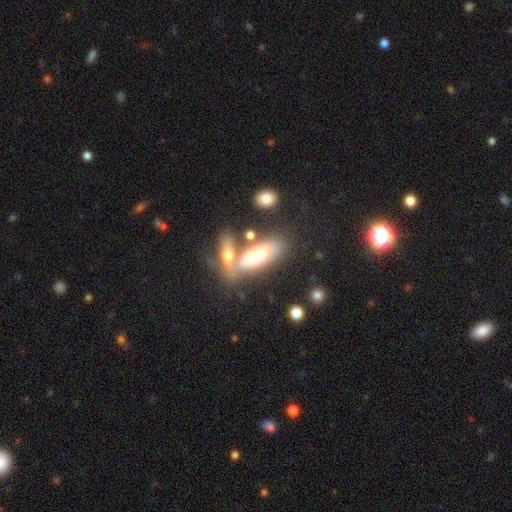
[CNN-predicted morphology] smooth_or_featured: smooth (p=0.47) [alt: featured or disk p=0.45]
merging: none (p=0.43) [alt: merger p=0.37]